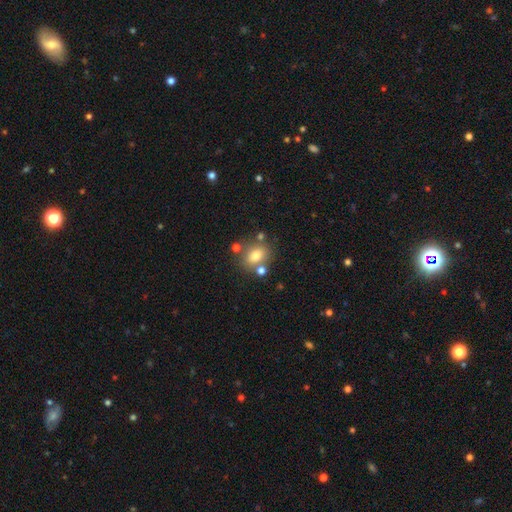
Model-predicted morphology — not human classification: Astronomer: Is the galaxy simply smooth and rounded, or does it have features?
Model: smooth — 73%.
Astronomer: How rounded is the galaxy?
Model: in between — 53% (runner-up: round, 45%).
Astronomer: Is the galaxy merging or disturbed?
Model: none — 69%.